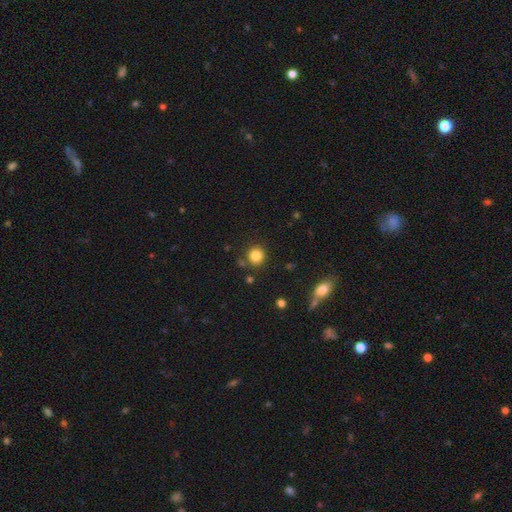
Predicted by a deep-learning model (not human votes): A smooth galaxy with no disk features (84%) that is round (88%). Merging: none (84%).